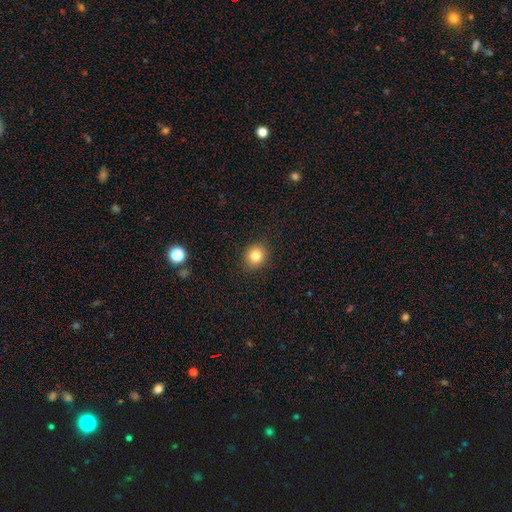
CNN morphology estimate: The model was most divided on "how rounded": round: 75%, in between: 24%, cigar-shaped: 1%. More confident: merging — none (90%); smooth or featured — smooth (82%).